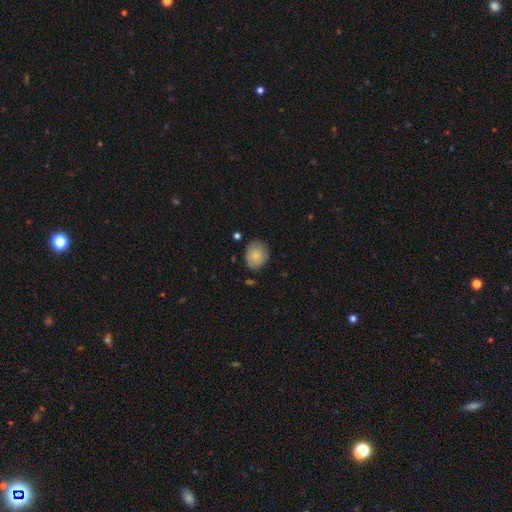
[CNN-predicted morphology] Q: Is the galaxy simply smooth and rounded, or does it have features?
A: smooth — 81%.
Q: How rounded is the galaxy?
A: round — 63%.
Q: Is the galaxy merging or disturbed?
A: none — 76%.